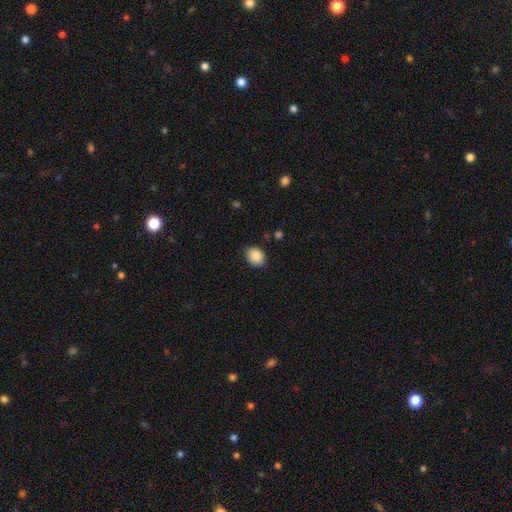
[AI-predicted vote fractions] This is clearly a smooth galaxy (87%). How rounded: possibly in between (55%). Merging: clearly none (85%).